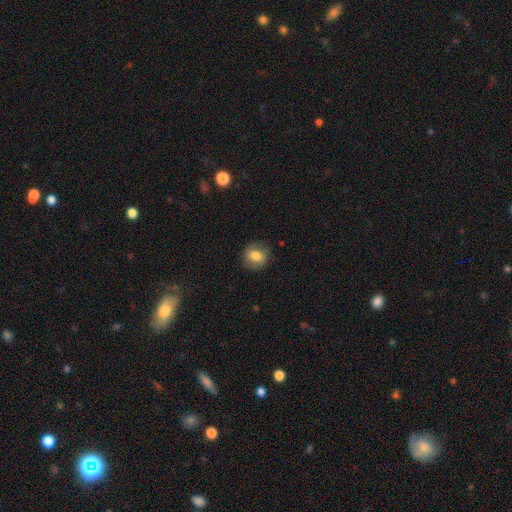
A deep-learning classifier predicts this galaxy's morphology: Q: Smooth or featured?
A: smooth (69%); runner-up: featured or disk (22%)
Q: How rounded?
A: round (69%); runner-up: in between (29%)
Q: Merging?
A: none (81%); runner-up: minor disturbance (14%)